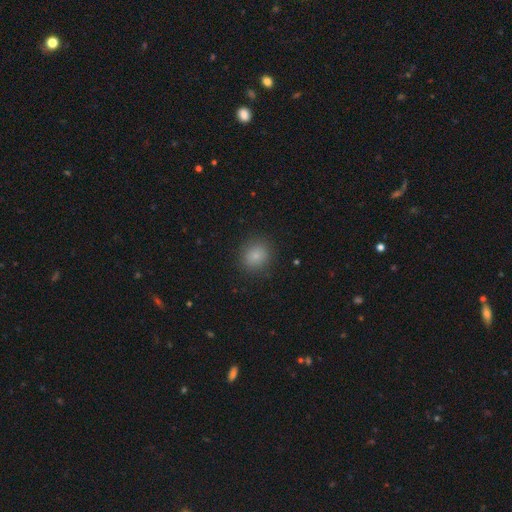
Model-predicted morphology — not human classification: smooth-or-featured: smooth: 82% | star or artifact: 11% | featured or disk: 6%
  how-rounded: round: 78% | in between: 21% | cigar-shaped: 1%
  merging: none: 88% | minor disturbance: 8% | major disturbance: 3% | merger: 1%